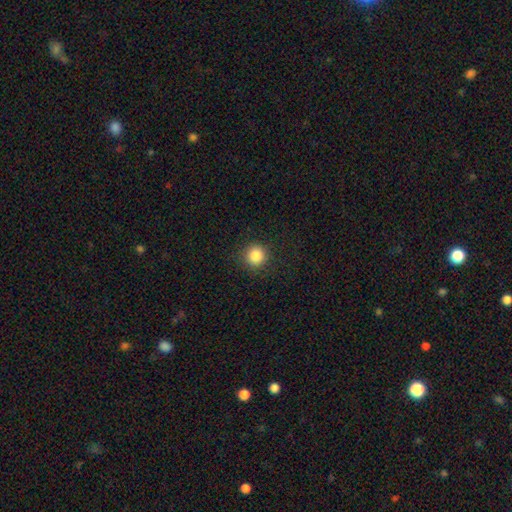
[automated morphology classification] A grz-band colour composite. It shows a smooth galaxy with no disk features (85%) that is round (94%). Merging: none (90%).